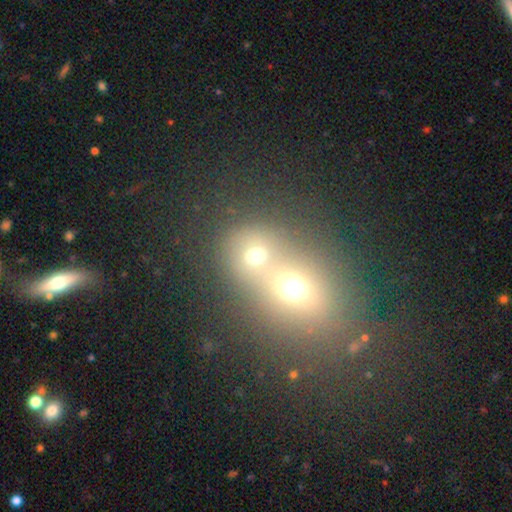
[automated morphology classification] This appears to be a smooth galaxy with no disk features (63%) that is round (74%). Merging: merger (67%).